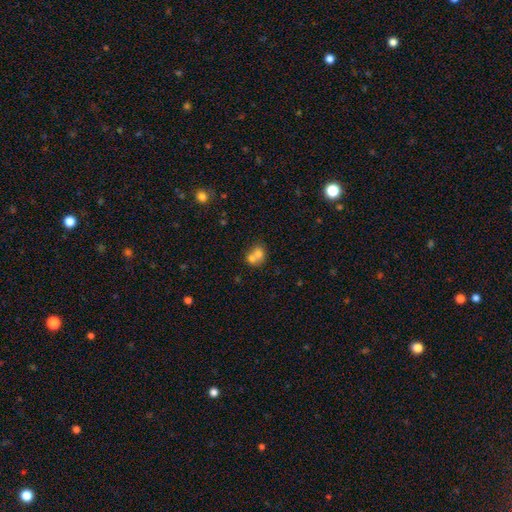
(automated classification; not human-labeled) Smooth or featured?
  - smooth: 69% *
  - featured or disk: 20%
  - star or artifact: 11%
How rounded?
  - round: 65% *
  - in between: 34%
  - cigar-shaped: 1%
Merging?
  - merger: 65% *
  - none: 26%
  - minor disturbance: 6%
  - major disturbance: 3%